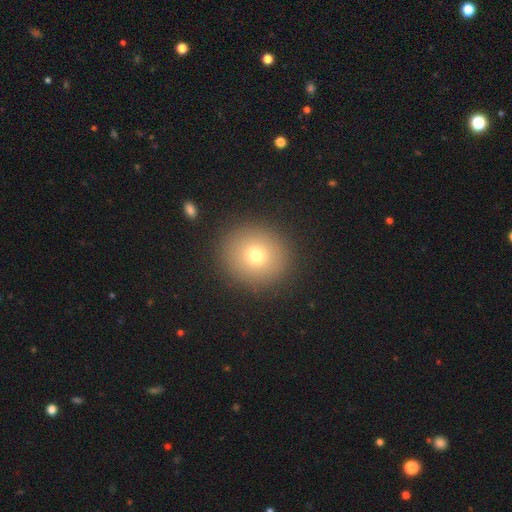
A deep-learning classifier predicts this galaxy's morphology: The model was most divided on "smooth or featured": smooth: 73%, star or artifact: 14%, featured or disk: 13%. More confident: merging — none (90%); how rounded — round (88%).